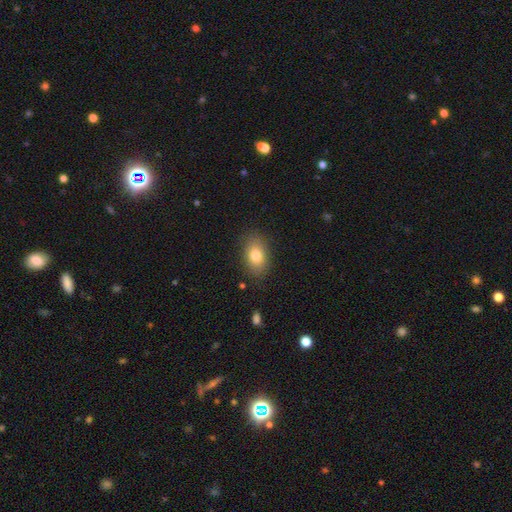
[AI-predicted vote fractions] Smooth or featured? smooth (80%)
How rounded? in between (84%)
Merging? none (84%)